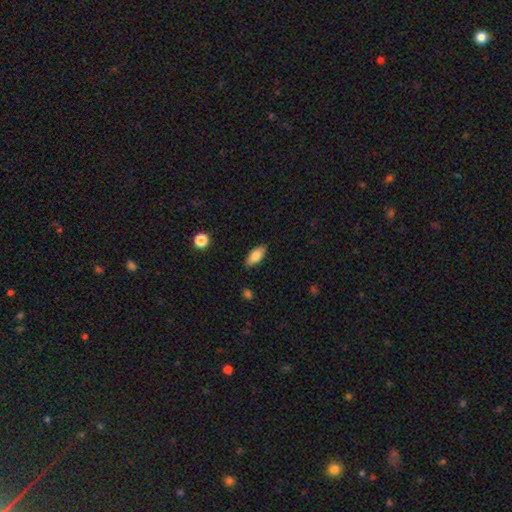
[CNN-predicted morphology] Q: Smooth or featured?
A: smooth (83%); runner-up: featured or disk (10%)
Q: How rounded?
A: in between (88%); runner-up: cigar-shaped (10%)
Q: Merging?
A: none (87%); runner-up: minor disturbance (10%)